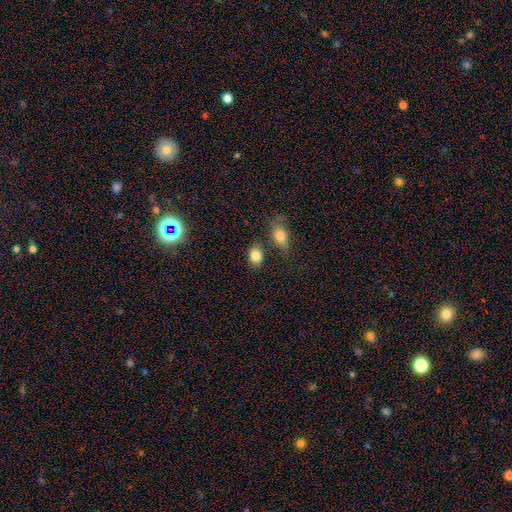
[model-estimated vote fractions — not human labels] Smooth or featured? Predicted: smooth (p=0.84). How rounded? Predicted: in between (p=0.64). Merging? Predicted: none (p=0.68).